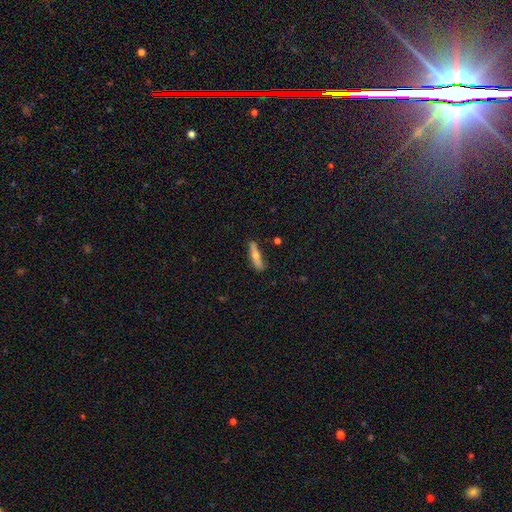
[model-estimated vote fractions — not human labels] This is likely a smooth galaxy (63%). How rounded: likely cigar-shaped (80%). Merging: likely none (77%).